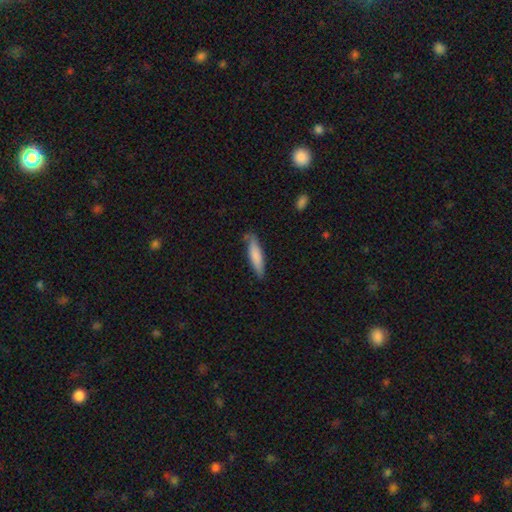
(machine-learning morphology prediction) smooth-or-featured: smooth: 79% | featured or disk: 16% | star or artifact: 6%
  how-rounded: cigar-shaped: 77% | in between: 22% | round: 1%
  merging: none: 77% | minor disturbance: 18% | major disturbance: 3% | merger: 2%